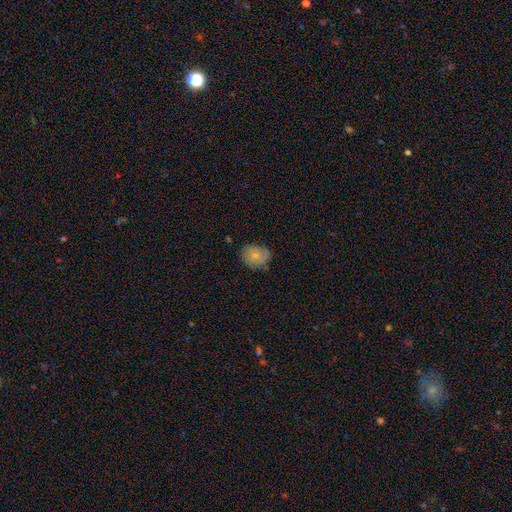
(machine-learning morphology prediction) Smooth or featured?
  - smooth: 69% *
  - featured or disk: 23%
  - star or artifact: 8%
How rounded?
  - in between: 55% *
  - round: 44%
  - cigar-shaped: 1%
Merging?
  - none: 69% *
  - minor disturbance: 24%
  - major disturbance: 5%
  - merger: 1%